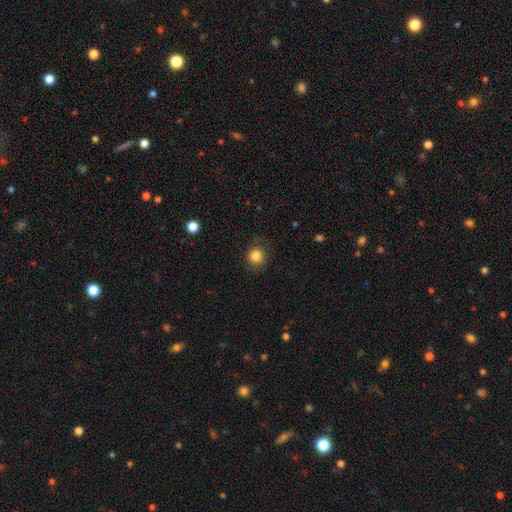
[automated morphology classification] Smooth or featured? smooth (84%)
How rounded? round (90%)
Merging? none (81%)